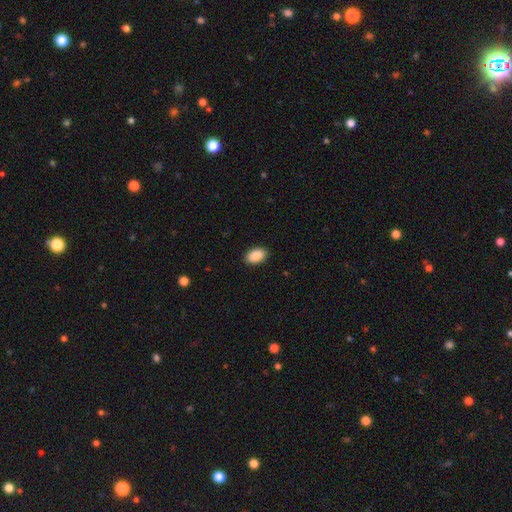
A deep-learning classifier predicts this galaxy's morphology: Smooth or featured: smooth — 90% (star or artifact — 7%)
How rounded: in between — 91% (round — 8%)
Merging: none — 90% (minor disturbance — 7%)